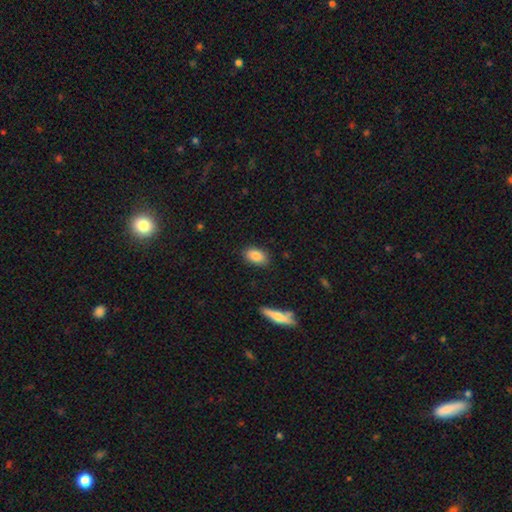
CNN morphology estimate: Q: Smooth or featured?
A: smooth (86%); runner-up: star or artifact (7%)
Q: How rounded?
A: in between (89%); runner-up: round (8%)
Q: Merging?
A: none (86%); runner-up: minor disturbance (10%)